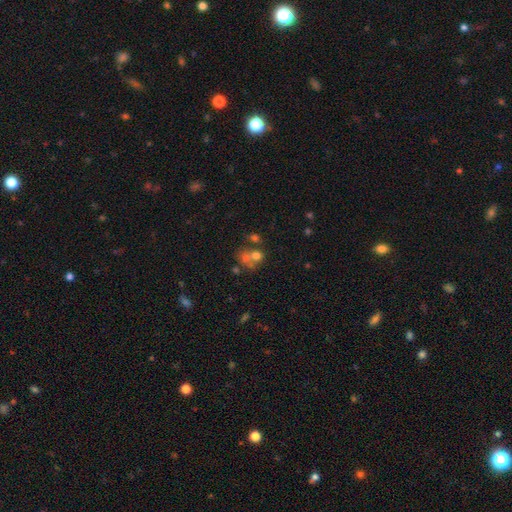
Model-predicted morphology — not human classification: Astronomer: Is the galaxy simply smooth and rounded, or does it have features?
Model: smooth — 61%.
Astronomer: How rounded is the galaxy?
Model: round — 66%.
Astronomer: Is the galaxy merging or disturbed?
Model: merger — 52% (runner-up: none, 33%).